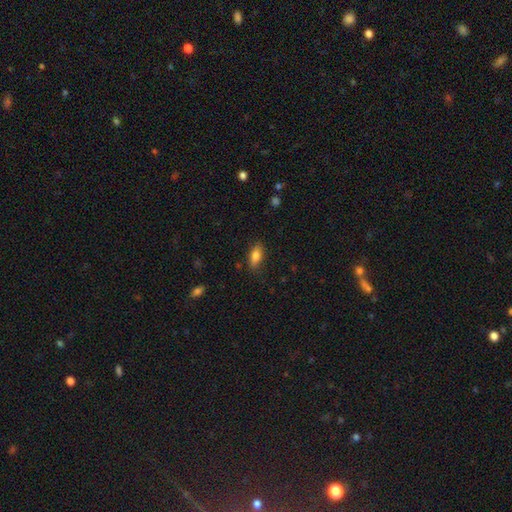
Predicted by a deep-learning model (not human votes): Morphology: type=smooth (81%); roundness=in between (82%); merging=none (80%).